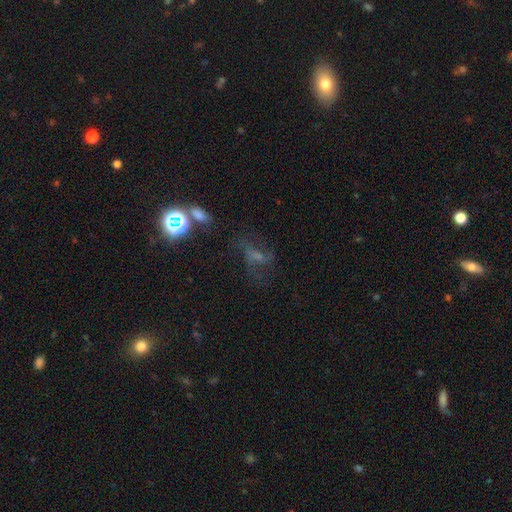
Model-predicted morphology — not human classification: A featured or disk galaxy (39%). Merging: none (52%).